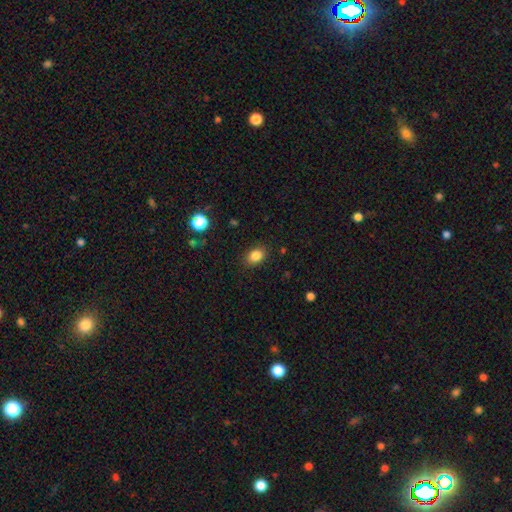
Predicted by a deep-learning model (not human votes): A smooth galaxy with no disk features (85%) that is in between round and cigar-shaped (70%).

Vote fractions:
- Smooth or featured? smooth: 85% / star or artifact: 10% / featured or disk: 5%
- How rounded? in between: 70% / round: 29% / cigar-shaped: 1%
- Merging? none: 87% / minor disturbance: 9% / major disturbance: 3% / merger: 1%